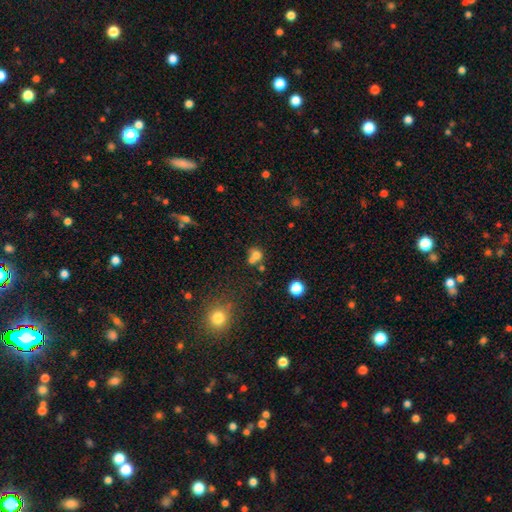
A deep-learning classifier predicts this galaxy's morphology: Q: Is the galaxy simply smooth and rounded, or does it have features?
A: smooth — 71%.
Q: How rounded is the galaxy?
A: round — 78%.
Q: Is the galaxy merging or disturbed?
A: merger — 46%.